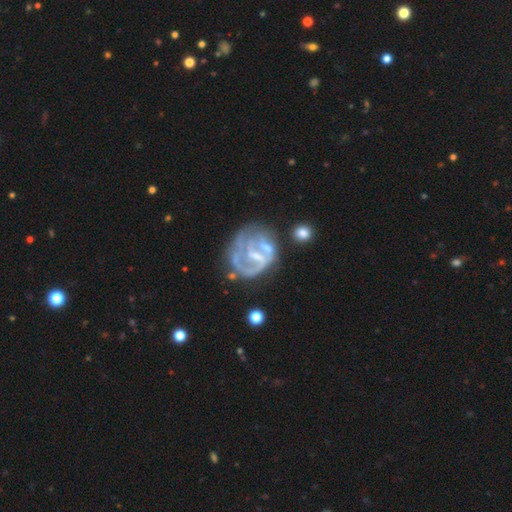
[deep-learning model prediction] Smooth or featured? Predicted: featured or disk (p=0.75). Edge-on disk? Predicted: no (p=0.98). Bar? Predicted: weak (p=0.44). Spiral arms? Predicted: yes (p=0.62). Bulge size? Predicted: none (p=0.42). Merging? Predicted: none (p=0.38).